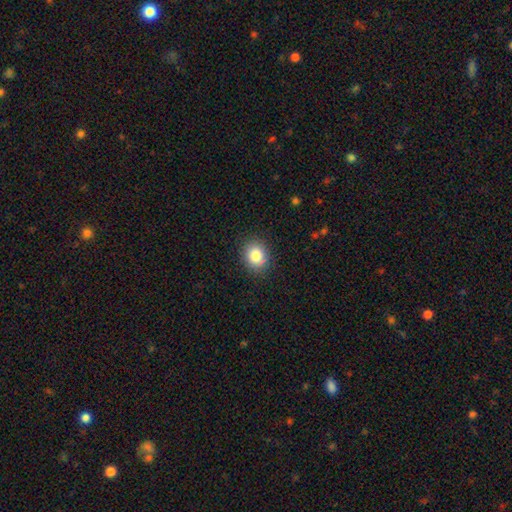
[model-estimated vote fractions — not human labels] Morphology: type=smooth (82%); roundness=round (63%); merging=none (87%).